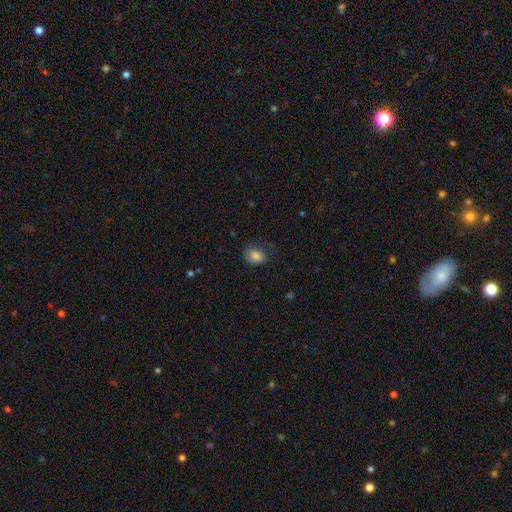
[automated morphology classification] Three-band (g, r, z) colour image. It shows a smooth galaxy with no disk features (80%) that is in between round and cigar-shaped (71%). Merging: none (57%).